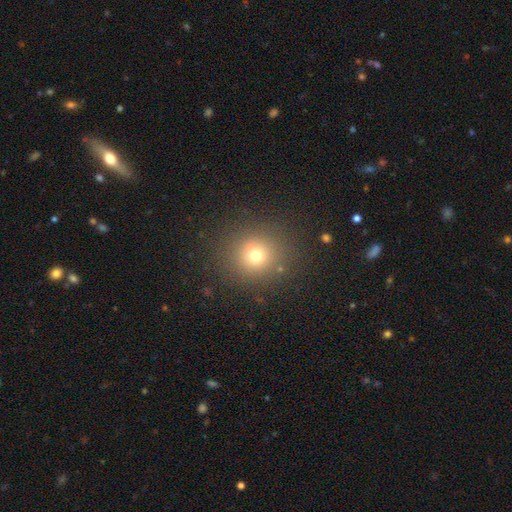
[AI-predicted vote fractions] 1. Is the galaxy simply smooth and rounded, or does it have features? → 70% smooth, 20% star or artifact, 9% featured or disk.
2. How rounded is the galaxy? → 90% round, 9% in between, 1% cigar-shaped.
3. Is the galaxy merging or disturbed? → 87% none, 8% minor disturbance, 4% major disturbance, 2% merger.